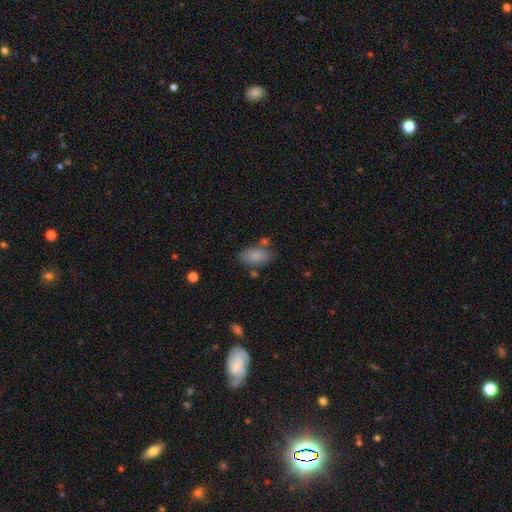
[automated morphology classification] type=smooth (84%); roundness=in between (91%); merging=none (67%).